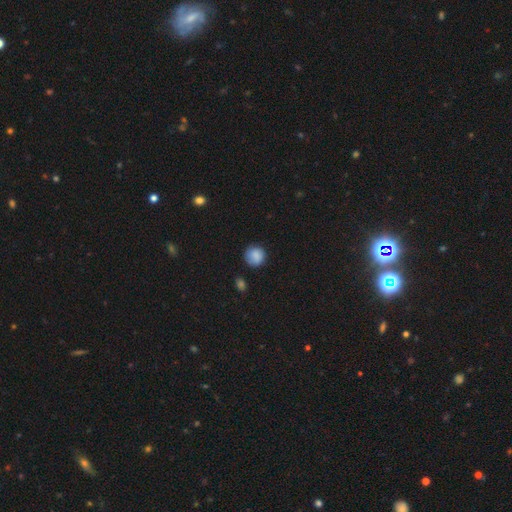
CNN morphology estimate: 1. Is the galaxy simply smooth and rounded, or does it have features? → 86% smooth, 8% star or artifact, 6% featured or disk.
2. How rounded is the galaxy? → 91% round, 8% in between, 1% cigar-shaped.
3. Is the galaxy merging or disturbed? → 79% none, 16% minor disturbance, 4% major disturbance, 2% merger.